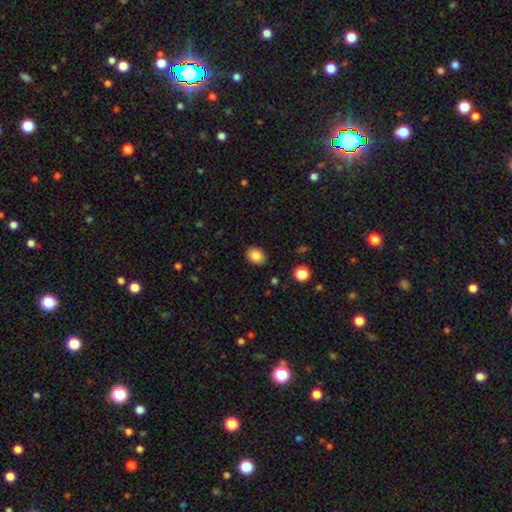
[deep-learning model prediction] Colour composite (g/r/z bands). It shows a smooth galaxy with no disk features (86%) that is in between round and cigar-shaped (64%). Merging: none (88%).